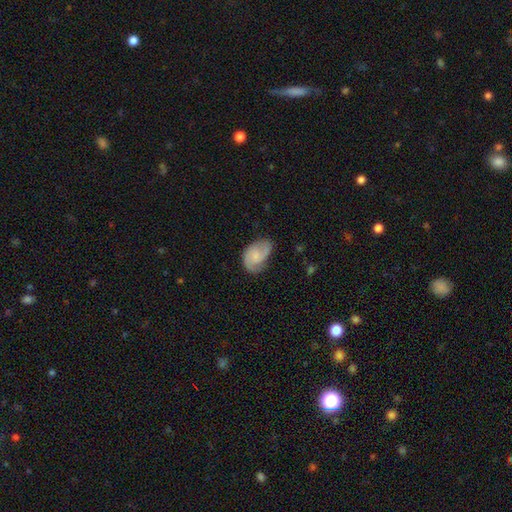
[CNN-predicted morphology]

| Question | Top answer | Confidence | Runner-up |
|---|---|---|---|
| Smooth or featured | featured or disk | 53% | smooth (41%) |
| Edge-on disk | no | 97% | yes (3%) |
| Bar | no | 67% | weak (29%) |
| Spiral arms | yes | 88% | no (12%) |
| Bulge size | small | 43% | none (26%) |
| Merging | none | 56% | minor disturbance (29%) |